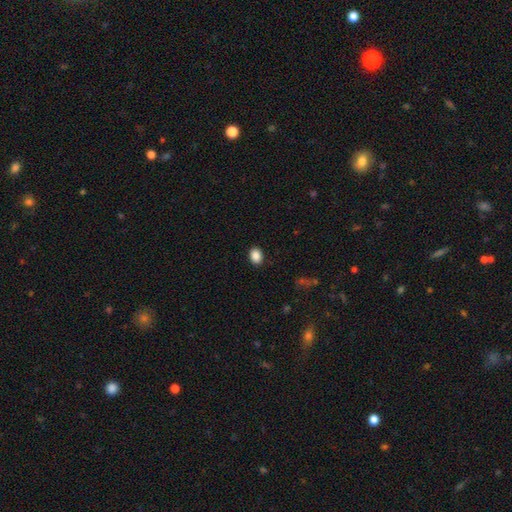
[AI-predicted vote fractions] The model was most divided on "how rounded": in between: 71%, round: 28%, cigar-shaped: 1%. More confident: merging — none (89%); smooth or featured — smooth (88%).